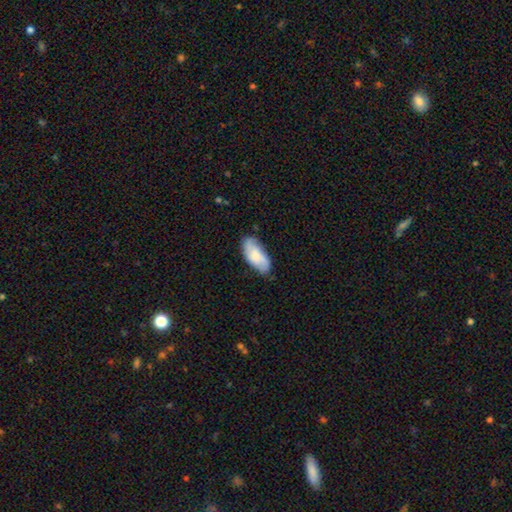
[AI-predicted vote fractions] smooth-or-featured: smooth: 63% | featured or disk: 31% | star or artifact: 6%
  how-rounded: in between: 89% | cigar-shaped: 9% | round: 2%
  merging: none: 74% | minor disturbance: 21% | major disturbance: 4% | merger: 2%